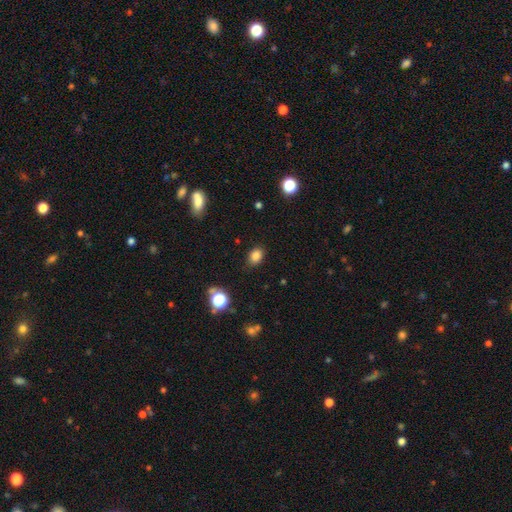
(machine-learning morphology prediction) The model was most divided on "how rounded": in between: 66%, round: 33%, cigar-shaped: 1%. More confident: merging — none (83%); smooth or featured — smooth (82%).